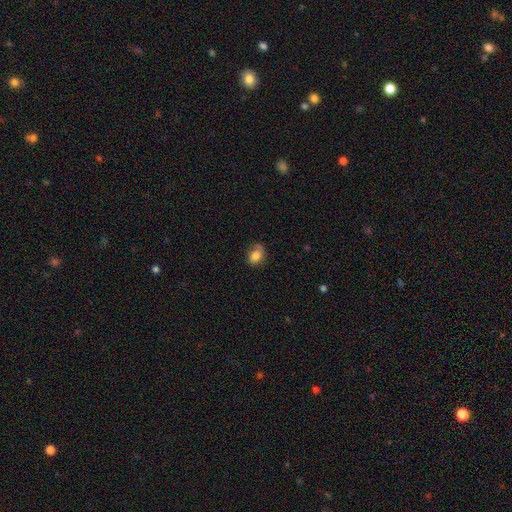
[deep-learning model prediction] A smooth galaxy with no disk features (77%) that is in between round and cigar-shaped (64%). Merging: none (59%).